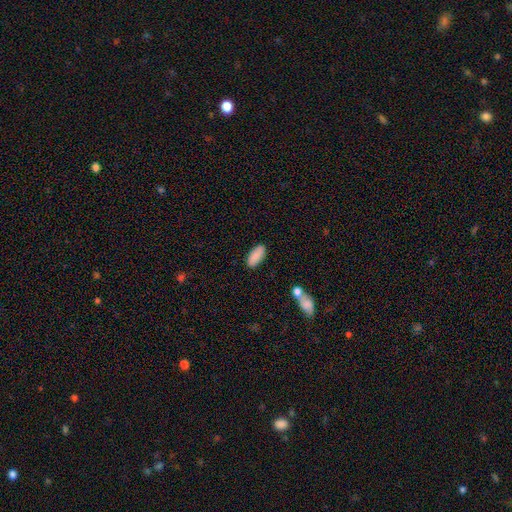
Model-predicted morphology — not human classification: Smooth or featured?
  - smooth: 87% *
  - star or artifact: 7%
  - featured or disk: 6%
How rounded?
  - in between: 85% *
  - cigar-shaped: 13%
  - round: 2%
Merging?
  - none: 84% *
  - minor disturbance: 10%
  - merger: 3%
  - major disturbance: 2%